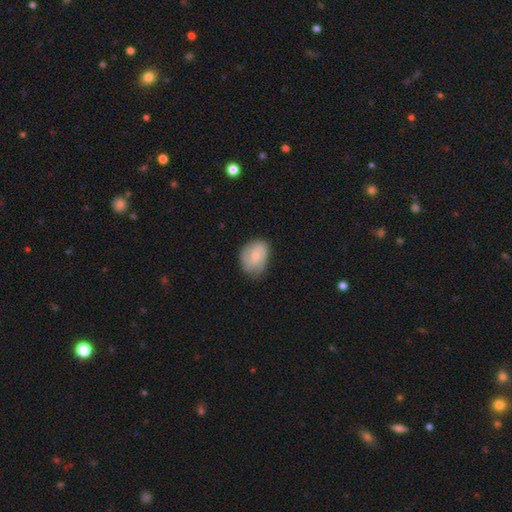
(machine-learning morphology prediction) smooth_or_featured: featured or disk (p=0.48) [alt: smooth p=0.45]
merging: none (p=0.68) [alt: minor disturbance p=0.25]